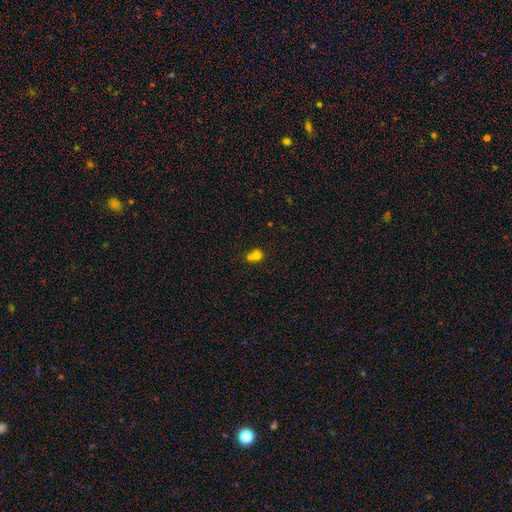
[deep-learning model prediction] Smooth or featured: smooth — 70% (featured or disk — 16%)
How rounded: round — 70% (in between — 29%)
Merging: merger — 60% (none — 29%)